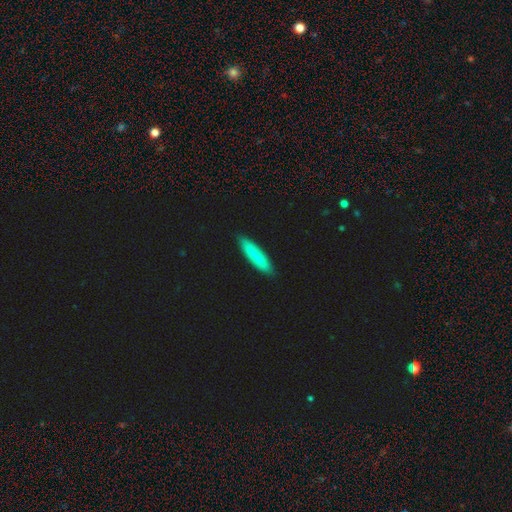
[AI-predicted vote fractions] This appears to be a smooth galaxy with no disk features (73%) that is cigar-shaped (78%). Merging: none (86%).